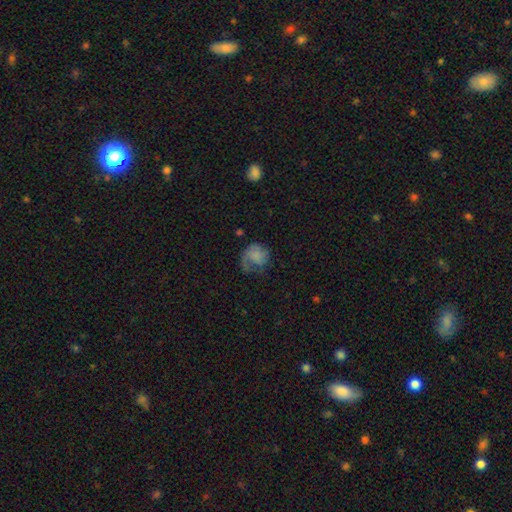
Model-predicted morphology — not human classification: type=smooth (51%); roundness=round (67%); merging=major disturbance (37%).